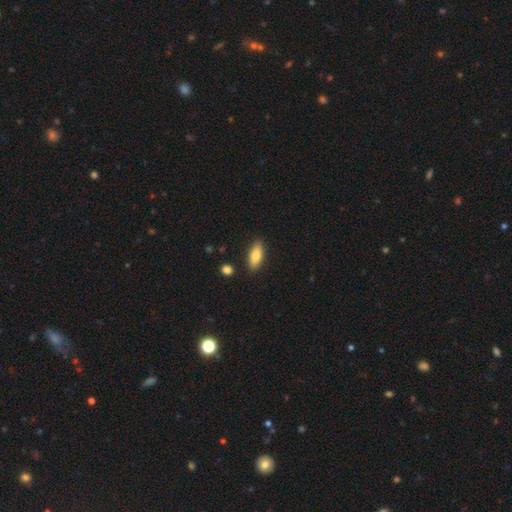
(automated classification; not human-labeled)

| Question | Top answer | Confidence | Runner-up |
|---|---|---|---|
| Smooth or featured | smooth | 80% | featured or disk (14%) |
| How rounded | in between | 75% | cigar-shaped (22%) |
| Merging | none | 86% | minor disturbance (9%) |